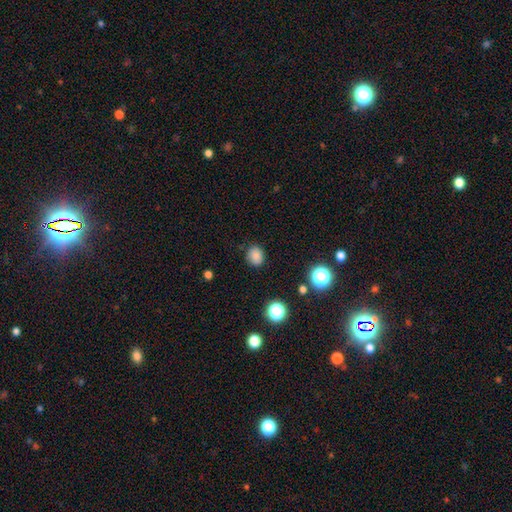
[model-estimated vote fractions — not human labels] This appears to be a smooth galaxy with no disk features (82%) that is round (64%). Merging: none (83%).